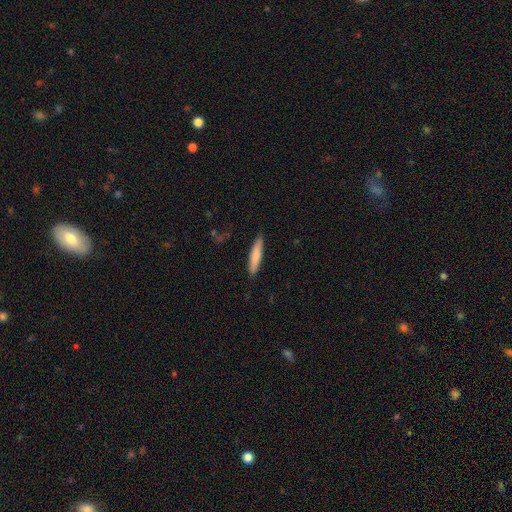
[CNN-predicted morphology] smooth-or-featured: smooth: 80% | featured or disk: 15% | star or artifact: 5%
  how-rounded: cigar-shaped: 86% | in between: 12% | round: 1%
  merging: none: 88% | minor disturbance: 9% | major disturbance: 2% | merger: 1%